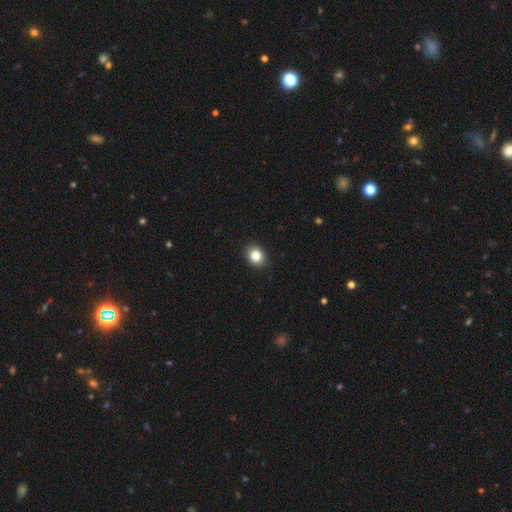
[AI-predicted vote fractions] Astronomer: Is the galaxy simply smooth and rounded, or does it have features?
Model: smooth — 83%.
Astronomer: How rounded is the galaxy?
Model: round — 53% (runner-up: in between, 46%).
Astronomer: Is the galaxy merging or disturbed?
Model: none — 91%.